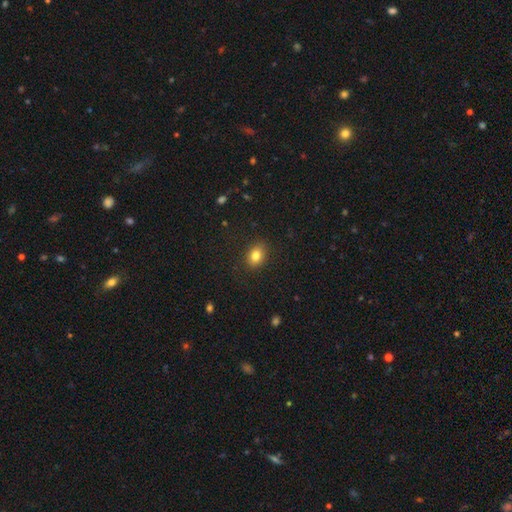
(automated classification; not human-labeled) smooth_or_featured: smooth (p=0.82) [alt: star or artifact p=0.10]
how_rounded: in between (p=0.61) [alt: round p=0.38]
merging: none (p=0.88) [alt: minor disturbance p=0.09]